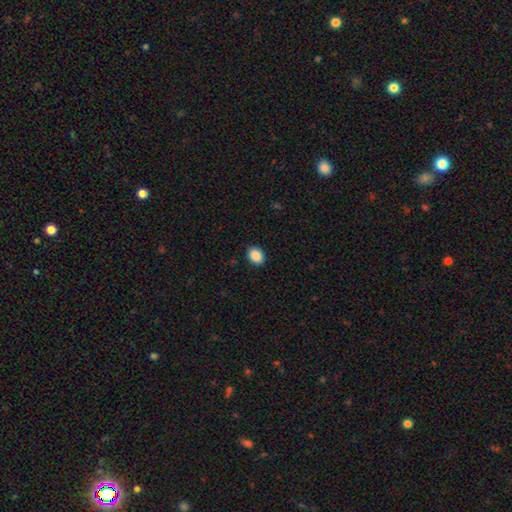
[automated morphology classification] smooth-or-featured: smooth: 89% | star or artifact: 8% | featured or disk: 3%
  how-rounded: in between: 60% | round: 39% | cigar-shaped: 1%
  merging: none: 91% | minor disturbance: 7% | major disturbance: 2% | merger: 1%